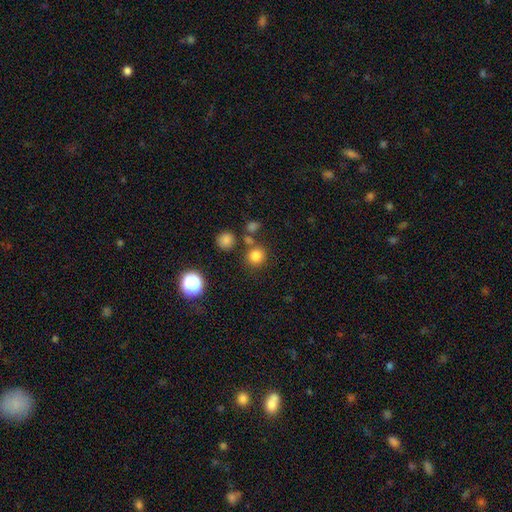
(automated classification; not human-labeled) This is likely a smooth galaxy (79%). How rounded: clearly round (89%). Merging: likely none (75%).